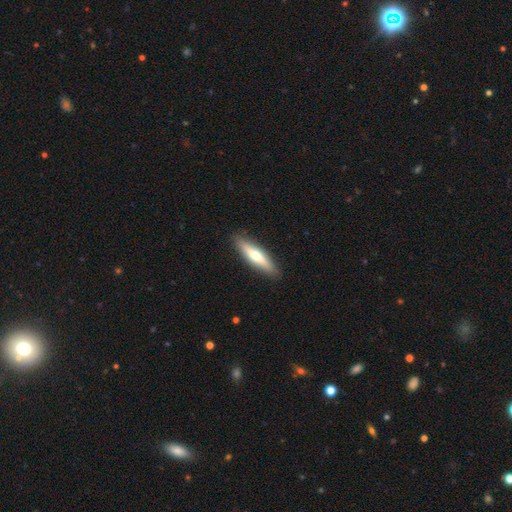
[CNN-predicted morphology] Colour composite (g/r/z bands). It shows a smooth galaxy with no disk features (60%) that is cigar-shaped (79%). Merging: none (89%).